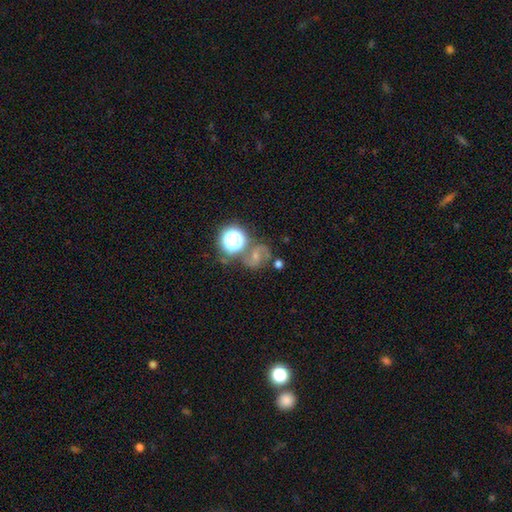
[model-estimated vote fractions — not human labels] A featured or disk galaxy (47%).

Vote fractions:
- Smooth or featured? featured or disk: 47% / smooth: 32% / star or artifact: 21%
- Merging? none: 59% / minor disturbance: 17% / merger: 15% / major disturbance: 10%